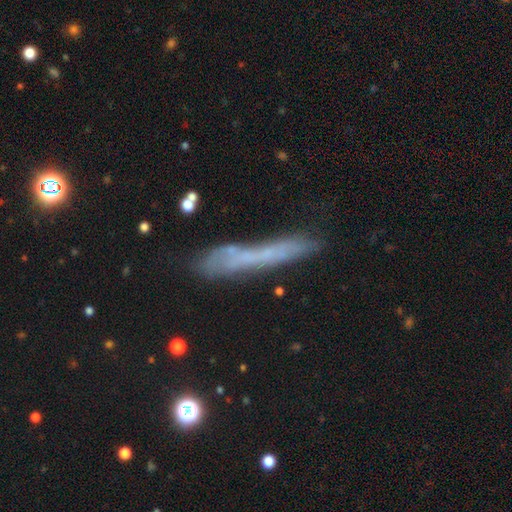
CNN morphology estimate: Smooth or featured: smooth — 46% (featured or disk — 41%)
Merging: none — 67% (minor disturbance — 21%)